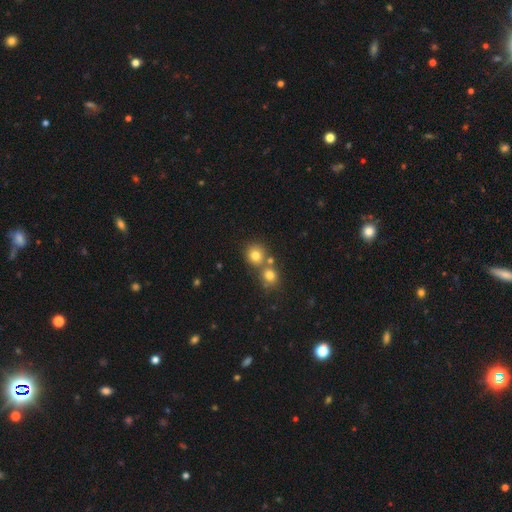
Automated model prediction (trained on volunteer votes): Smooth or featured: smooth — 78% (star or artifact — 13%)
How rounded: round — 86% (in between — 13%)
Merging: none — 54% (merger — 36%)